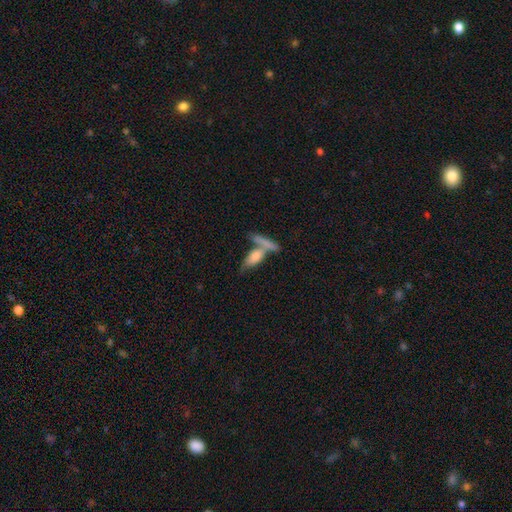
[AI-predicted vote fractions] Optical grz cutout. It shows a smooth galaxy with no disk features (63%) that is in between round and cigar-shaped (56%). Merging: merger (46%).